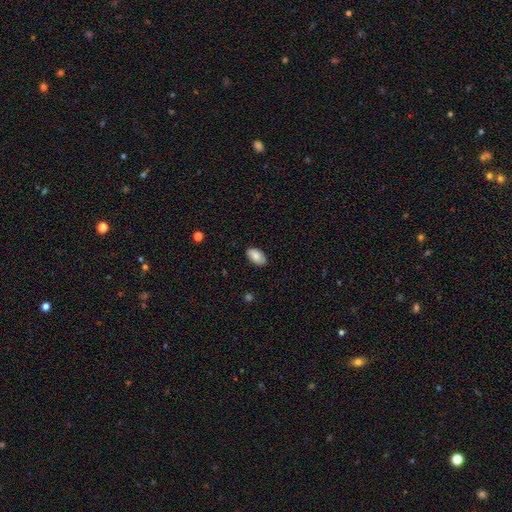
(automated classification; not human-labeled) A smooth galaxy with no disk features (83%) that is in between round and cigar-shaped (94%). Merging: none (84%).